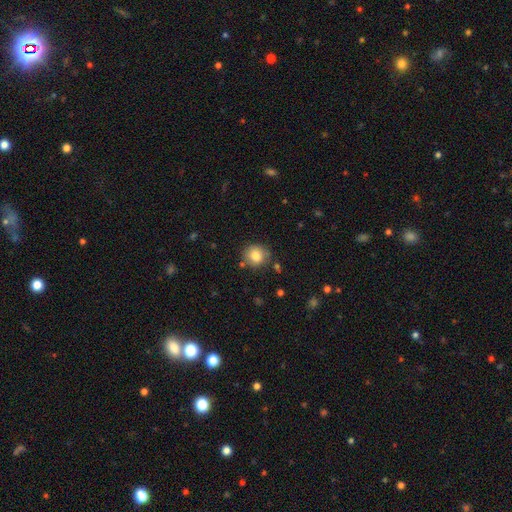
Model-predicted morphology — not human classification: smooth_or_featured: smooth (p=0.81) [alt: star or artifact p=0.10]
how_rounded: round (p=0.86) [alt: in between p=0.13]
merging: none (p=0.79) [alt: minor disturbance p=0.13]